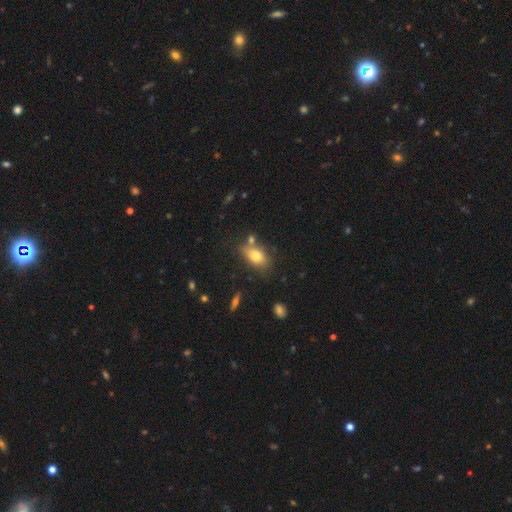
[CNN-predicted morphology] This is likely a smooth galaxy (75%). How rounded: clearly in between (84%). Merging: likely none (67%).